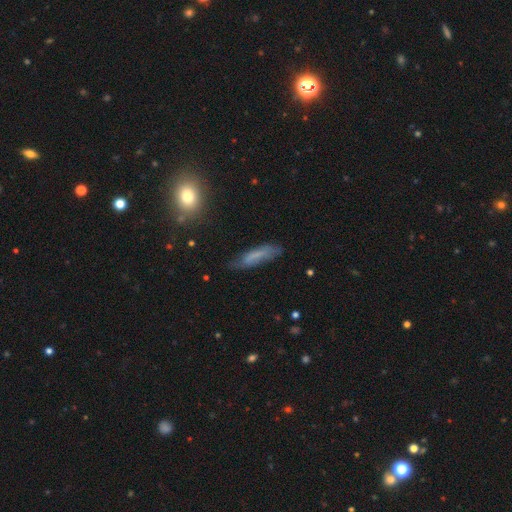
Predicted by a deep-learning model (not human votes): smooth 59%, featured or disk 32%, star or artifact 10%. Down the decision tree: how rounded — cigar-shaped (68%); merging — none (62%).